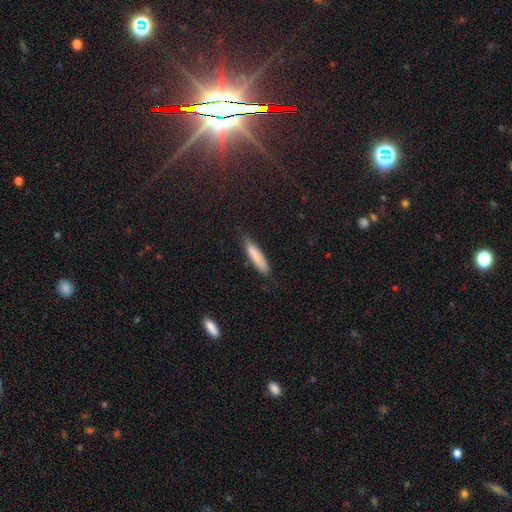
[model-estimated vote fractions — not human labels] Smooth or featured? Predicted: smooth (p=0.78). How rounded? Predicted: cigar-shaped (p=0.80). Merging? Predicted: none (p=0.75).